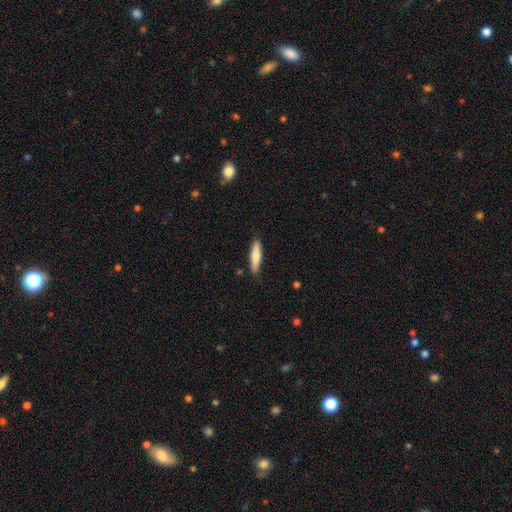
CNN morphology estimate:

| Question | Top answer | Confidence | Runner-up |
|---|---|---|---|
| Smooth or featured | smooth | 75% | featured or disk (20%) |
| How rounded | cigar-shaped | 76% | in between (23%) |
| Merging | none | 85% | minor disturbance (12%) |